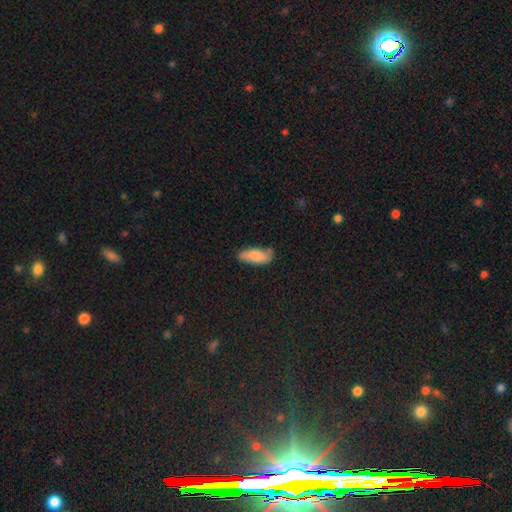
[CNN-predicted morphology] A smooth galaxy with no disk features (79%) that is in between round and cigar-shaped (76%).

Vote fractions:
- Smooth or featured? smooth: 79% / featured or disk: 15% / star or artifact: 7%
- How rounded? in between: 76% / cigar-shaped: 22% / round: 2%
- Merging? none: 67% / minor disturbance: 25% / major disturbance: 5% / merger: 3%